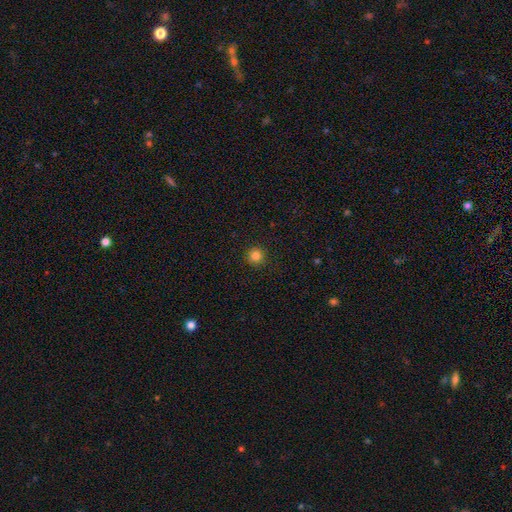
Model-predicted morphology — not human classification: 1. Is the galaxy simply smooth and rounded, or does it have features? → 84% smooth, 12% star or artifact, 4% featured or disk.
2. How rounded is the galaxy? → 95% round, 4% in between, 1% cigar-shaped.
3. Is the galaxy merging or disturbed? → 92% none, 5% minor disturbance, 2% major disturbance, 1% merger.